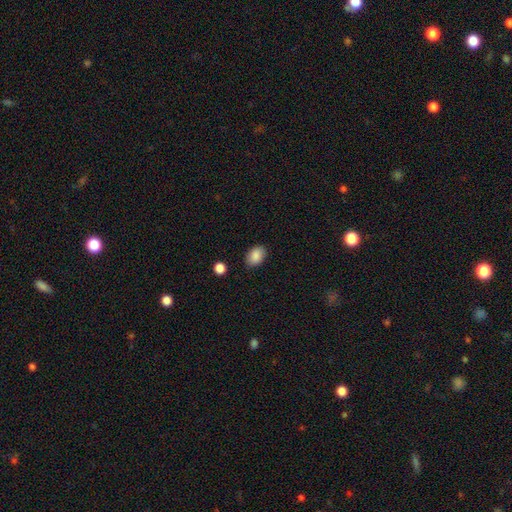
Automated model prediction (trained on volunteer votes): smooth 88%, star or artifact 7%, featured or disk 4%. Down the decision tree: how rounded — in between (84%); merging — none (85%).